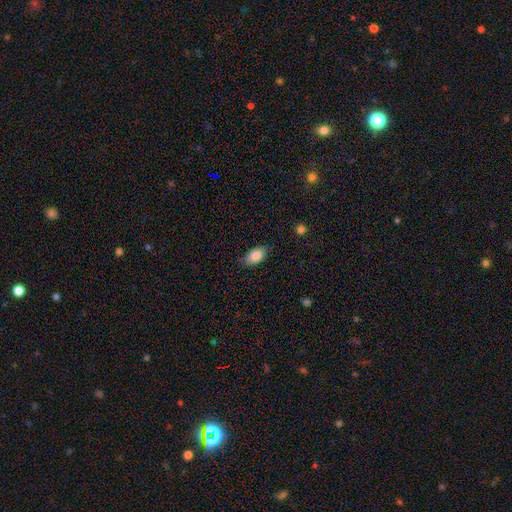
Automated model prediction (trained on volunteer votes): Smooth or featured? smooth (83%)
How rounded? in between (91%)
Merging? none (78%)